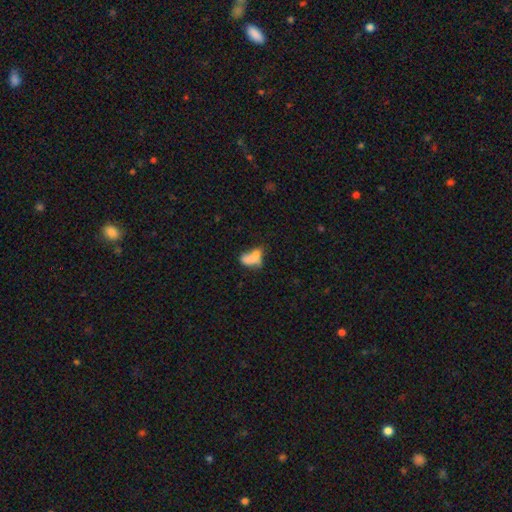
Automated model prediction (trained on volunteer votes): Smooth or featured?
  - smooth: 66% *
  - featured or disk: 22%
  - star or artifact: 12%
How rounded?
  - in between: 83% *
  - cigar-shaped: 9%
  - round: 8%
Merging?
  - merger: 31% *
  - none: 26%
  - major disturbance: 23%
  - minor disturbance: 20%